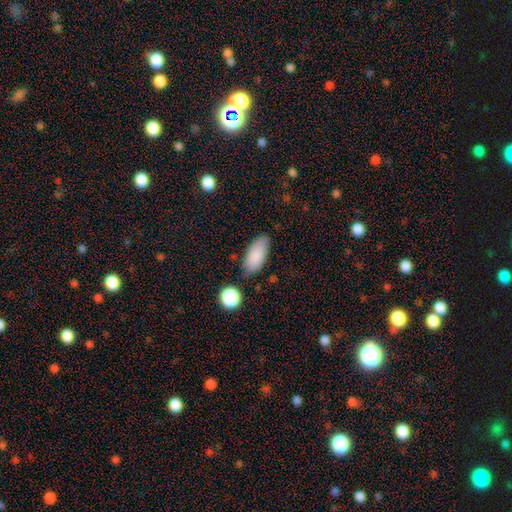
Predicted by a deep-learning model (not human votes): Overall: smooth (85%). How rounded: in between (91%). Merging: none (77%).